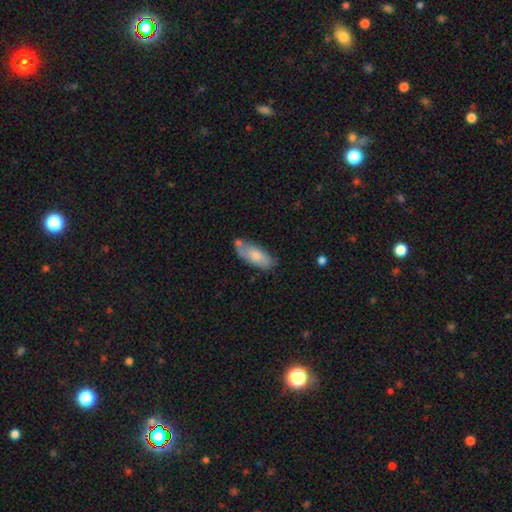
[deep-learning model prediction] A smooth galaxy with no disk features (71%) that is in between round and cigar-shaped (82%).

Vote fractions:
- Smooth or featured? smooth: 71% / featured or disk: 23% / star or artifact: 6%
- How rounded? in between: 82% / cigar-shaped: 16% / round: 2%
- Merging? none: 55% / minor disturbance: 27% / merger: 11% / major disturbance: 7%